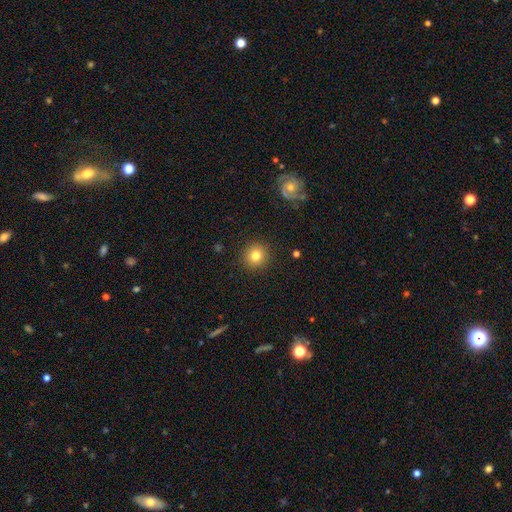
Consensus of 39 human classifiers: smooth 87%, star or artifact 8%, featured or disk 5%. Down the decision tree: how rounded — round (100%); merging — none (100%).